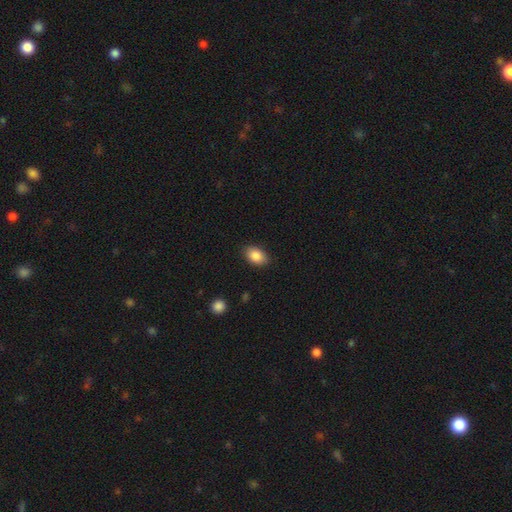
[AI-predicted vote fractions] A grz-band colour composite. It shows a smooth galaxy with no disk features (88%) that is in between round and cigar-shaped (88%). Merging: none (86%).